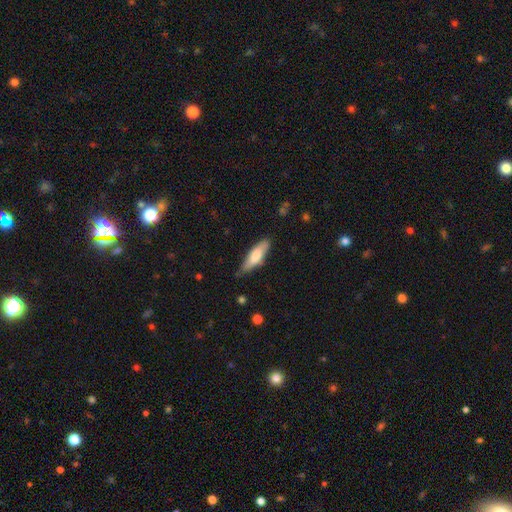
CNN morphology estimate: This is likely a smooth galaxy (70%). How rounded: possibly cigar-shaped (57%). Merging: likely none (78%).